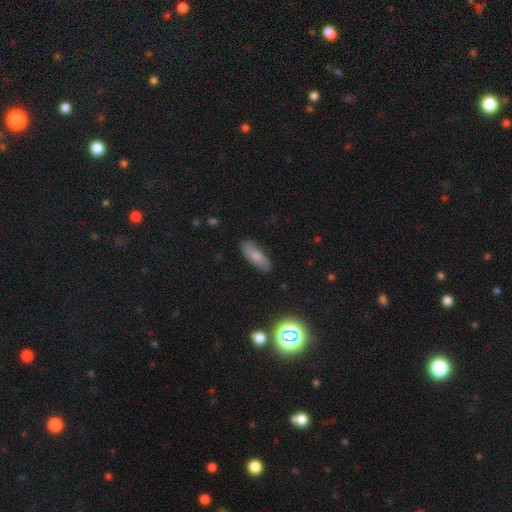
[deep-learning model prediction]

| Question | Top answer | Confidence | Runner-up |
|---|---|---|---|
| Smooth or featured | smooth | 68% | featured or disk (23%) |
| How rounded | in between | 62% | cigar-shaped (35%) |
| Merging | none | 81% | minor disturbance (14%) |